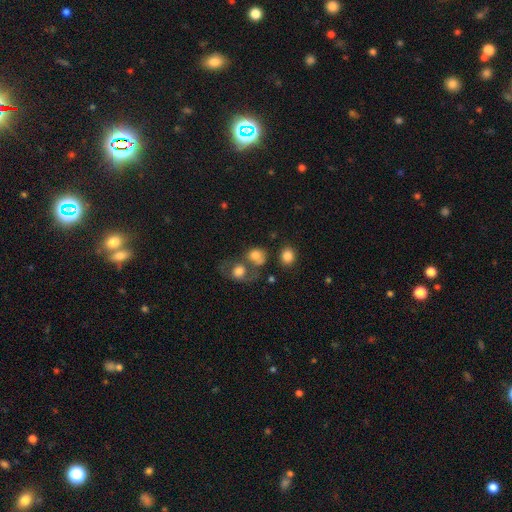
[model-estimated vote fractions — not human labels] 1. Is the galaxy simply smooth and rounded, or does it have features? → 75% smooth, 14% featured or disk, 11% star or artifact.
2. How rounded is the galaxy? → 73% round, 26% in between, 1% cigar-shaped.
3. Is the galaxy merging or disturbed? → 41% none, 39% merger, 11% minor disturbance, 9% major disturbance.